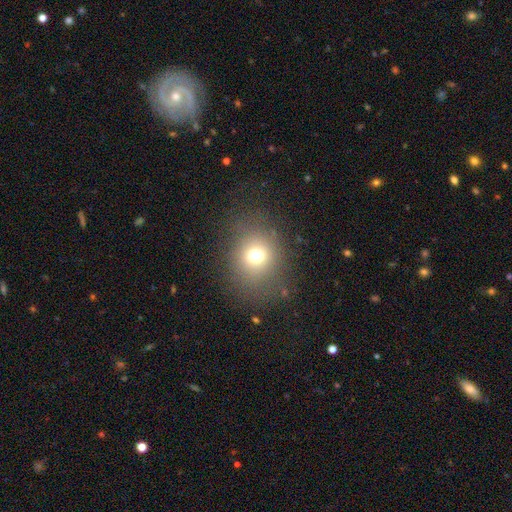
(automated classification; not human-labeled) The model was most divided on "how rounded": round: 72%, in between: 27%, cigar-shaped: 1%. More confident: merging — none (79%); smooth or featured — smooth (69%).